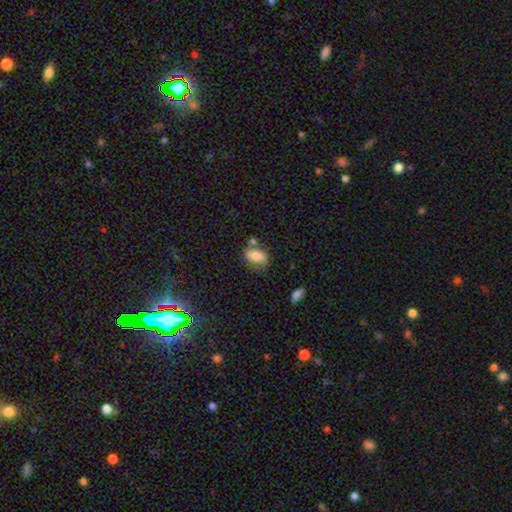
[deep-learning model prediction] Overall: smooth (76%). How rounded: in between (86%). Merging: none (58%; minor disturbance 21%).